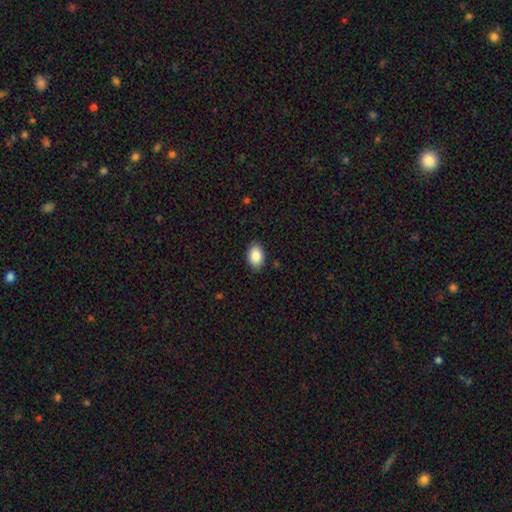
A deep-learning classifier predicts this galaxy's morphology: smooth 88%, star or artifact 7%, featured or disk 5%. Down the decision tree: how rounded — in between (85%); merging — none (86%).